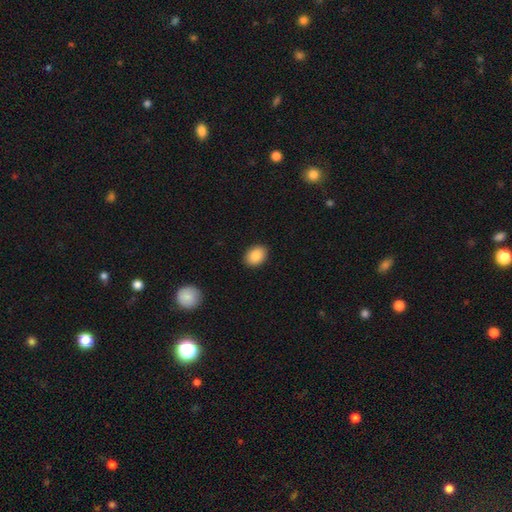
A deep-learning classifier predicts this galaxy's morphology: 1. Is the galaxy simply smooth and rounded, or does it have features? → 87% smooth, 7% star or artifact, 5% featured or disk.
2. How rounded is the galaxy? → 75% in between, 24% round, 1% cigar-shaped.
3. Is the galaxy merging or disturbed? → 90% none, 8% minor disturbance, 2% major disturbance, 1% merger.